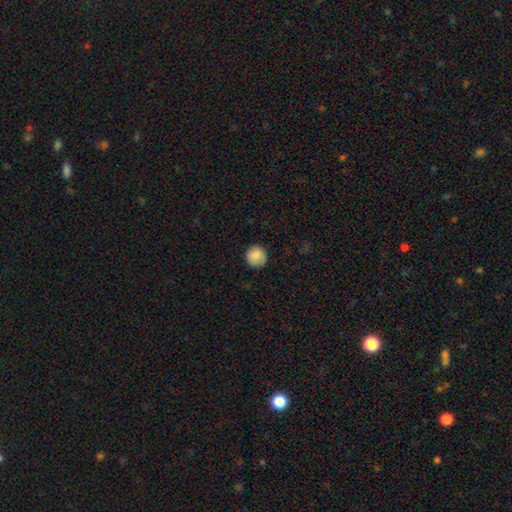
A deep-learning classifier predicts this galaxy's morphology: Smooth or featured?
  - smooth: 87% *
  - star or artifact: 8%
  - featured or disk: 5%
How rounded?
  - round: 93% *
  - in between: 6%
  - cigar-shaped: 1%
Merging?
  - none: 87% *
  - minor disturbance: 10%
  - major disturbance: 2%
  - merger: 1%